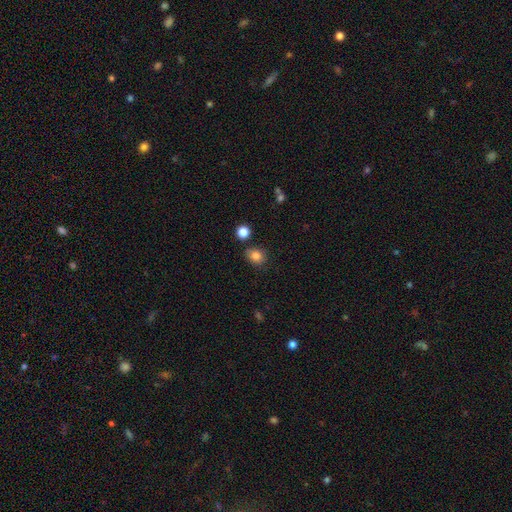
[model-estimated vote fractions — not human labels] Morphology: type=smooth (84%); roundness=round (64%); merging=none (77%).